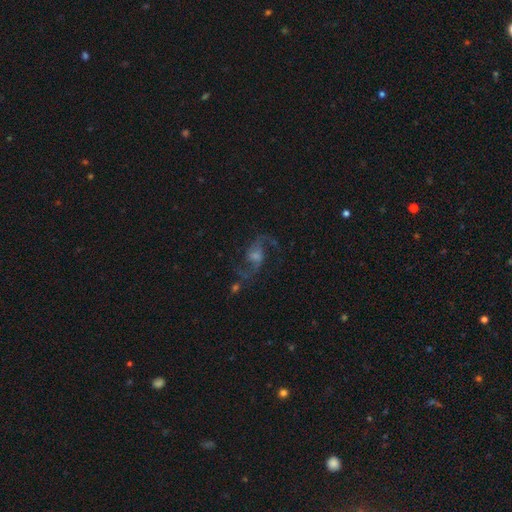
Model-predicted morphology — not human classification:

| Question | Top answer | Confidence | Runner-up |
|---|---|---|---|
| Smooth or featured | featured or disk | 85% | star or artifact (9%) |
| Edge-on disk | no | 97% | yes (3%) |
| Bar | no | 46% | weak (43%) |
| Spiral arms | yes | 96% | no (4%) |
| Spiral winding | loose | 67% | medium (28%) |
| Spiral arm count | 2 | 93% | can't tell (2%) |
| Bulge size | moderate | 38% | small (34%) |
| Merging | none | 72% | minor disturbance (14%) |